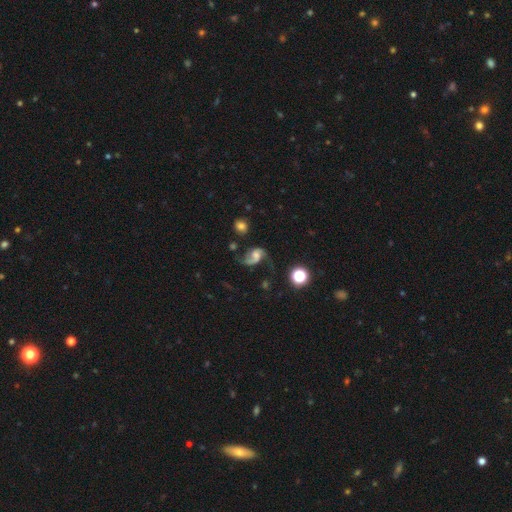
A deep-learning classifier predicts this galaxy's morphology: Overall: featured or disk (74%). Edge-on disk: no (98%). Bar: no (57%; weak 35%). Spiral arms: yes (93%). Spiral arm count: 2 (79%). Spiral winding: loose (66%; medium 27%). Bulge size: moderate (43%; small 27%). Merging: none (49%; major disturbance 25%).